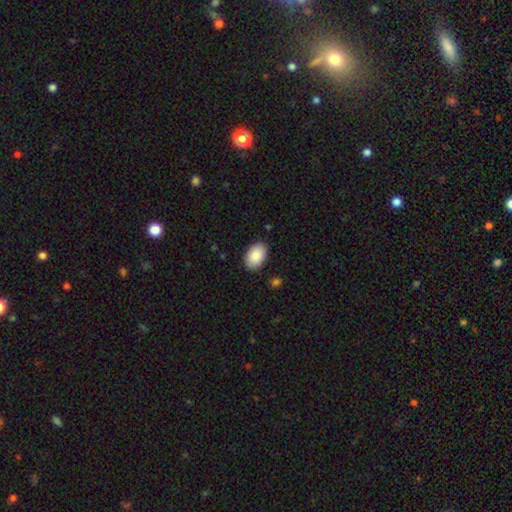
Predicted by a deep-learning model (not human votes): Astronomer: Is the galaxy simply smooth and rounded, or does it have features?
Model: smooth — 89%.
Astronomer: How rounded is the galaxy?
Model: in between — 92%.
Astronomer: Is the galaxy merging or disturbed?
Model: none — 87%.